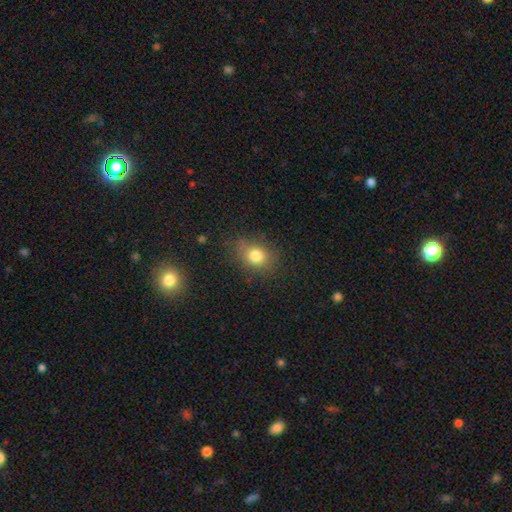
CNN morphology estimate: Smooth or featured? smooth (78%)
How rounded? round (52%)
Merging? none (75%)